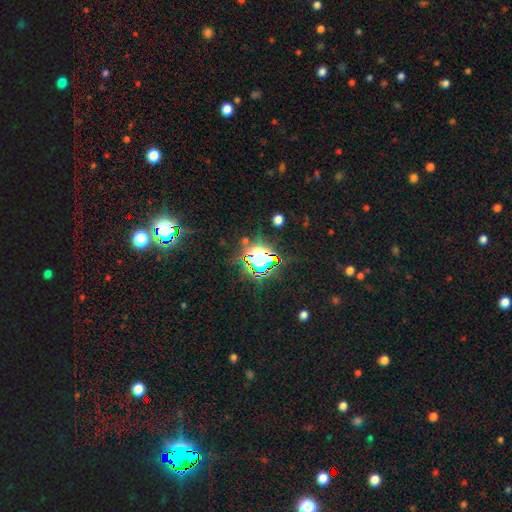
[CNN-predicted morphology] Smooth or featured? Predicted: star or artifact (p=0.67).